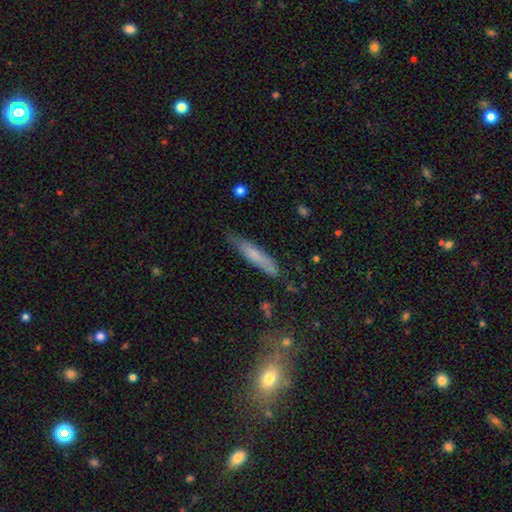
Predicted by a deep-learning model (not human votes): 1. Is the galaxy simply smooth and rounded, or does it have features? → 68% smooth, 25% featured or disk, 7% star or artifact.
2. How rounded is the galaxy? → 89% cigar-shaped, 10% in between, 2% round.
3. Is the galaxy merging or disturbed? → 73% none, 21% minor disturbance, 4% major disturbance, 2% merger.